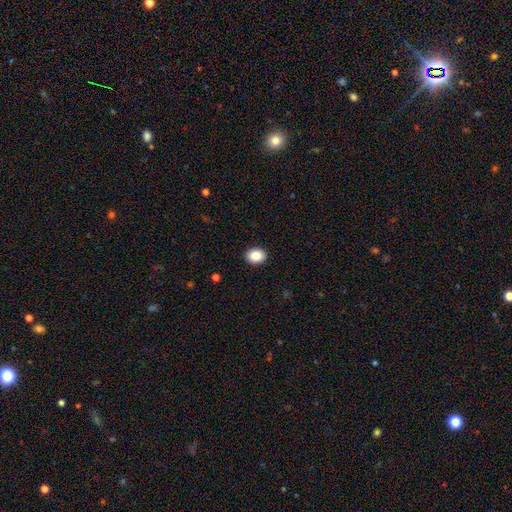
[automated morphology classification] Q: Smooth or featured?
A: smooth (85%); runner-up: star or artifact (9%)
Q: How rounded?
A: in between (51%); runner-up: round (48%)
Q: Merging?
A: none (91%); runner-up: minor disturbance (6%)